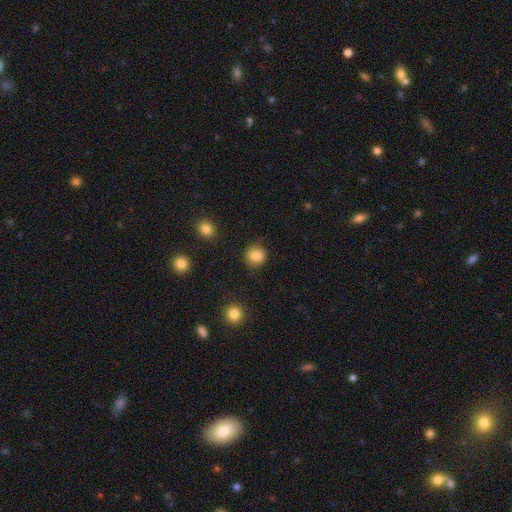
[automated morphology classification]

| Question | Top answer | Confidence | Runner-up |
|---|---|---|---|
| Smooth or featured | smooth | 83% | star or artifact (10%) |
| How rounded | round | 85% | in between (14%) |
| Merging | none | 78% | minor disturbance (14%) |